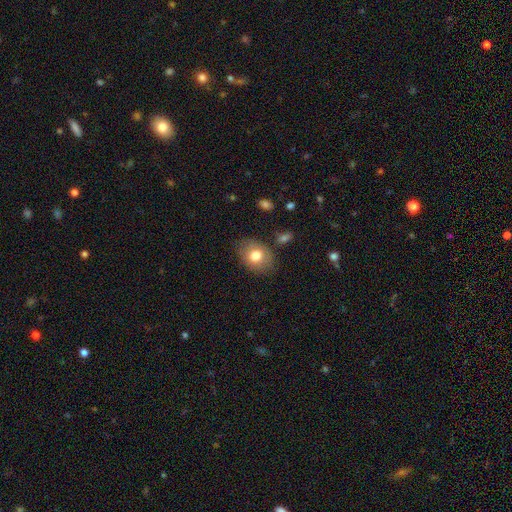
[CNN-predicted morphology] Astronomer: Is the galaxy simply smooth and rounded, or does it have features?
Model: smooth — 77%.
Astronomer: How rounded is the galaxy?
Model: in between — 63%.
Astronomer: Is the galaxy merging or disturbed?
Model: none — 78%.